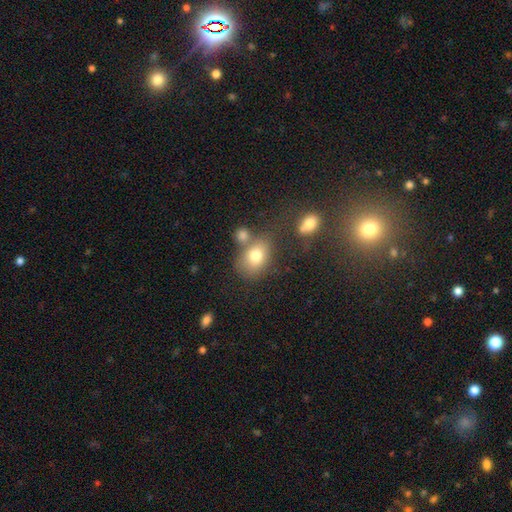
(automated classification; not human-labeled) smooth 76%, featured or disk 13%, star or artifact 11%. Down the decision tree: how rounded — in between (63%); merging — none (51%).